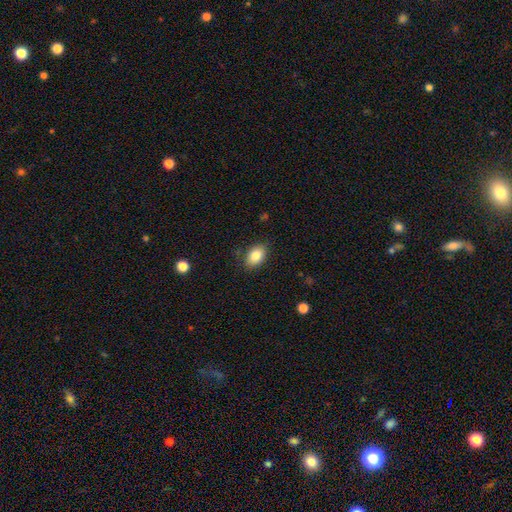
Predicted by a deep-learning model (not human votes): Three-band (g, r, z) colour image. It shows a smooth galaxy with no disk features (84%) that is in between round and cigar-shaped (85%). Merging: none (83%).